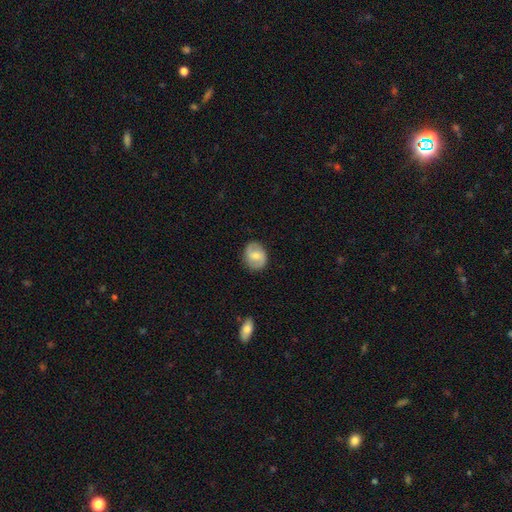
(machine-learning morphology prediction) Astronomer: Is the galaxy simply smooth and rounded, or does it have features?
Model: featured or disk — 58% (runner-up: smooth, 36%).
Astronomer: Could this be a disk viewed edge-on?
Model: no — 97%.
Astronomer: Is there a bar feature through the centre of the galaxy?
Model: weak — 47% (runner-up: no, 42%).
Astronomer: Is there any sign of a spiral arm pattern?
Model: yes — 89%.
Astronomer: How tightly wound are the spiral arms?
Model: medium — 48% (runner-up: loose, 29%).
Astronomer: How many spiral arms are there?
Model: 2 — 89%.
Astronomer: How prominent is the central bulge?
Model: moderate — 52% (runner-up: small, 36%).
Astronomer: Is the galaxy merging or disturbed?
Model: none — 83%.